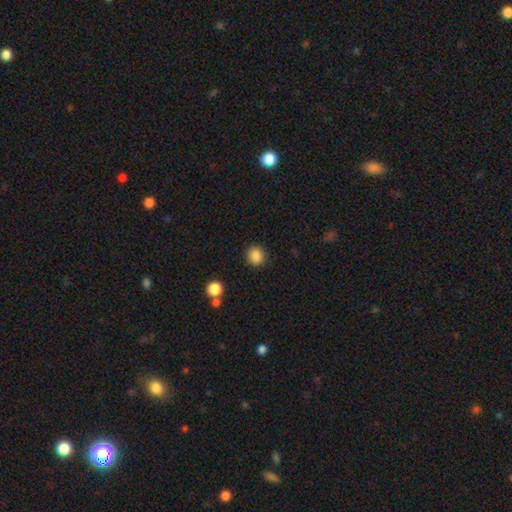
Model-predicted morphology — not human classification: Smooth or featured? Predicted: smooth (p=0.87). How rounded? Predicted: round (p=0.86). Merging? Predicted: none (p=0.90).